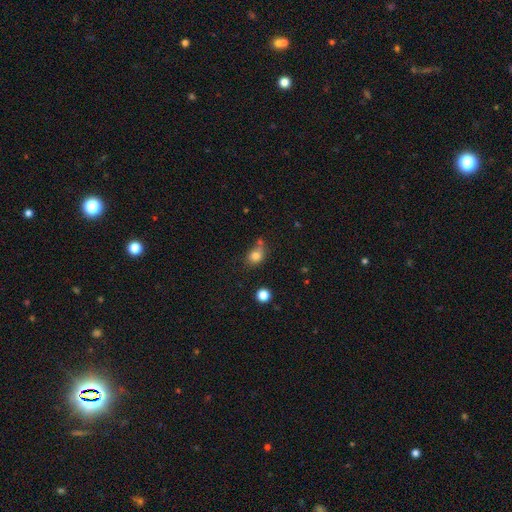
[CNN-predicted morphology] Overall: smooth (79%). How rounded: round (60%; in between 39%). Merging: none (53%; minor disturbance 20%).